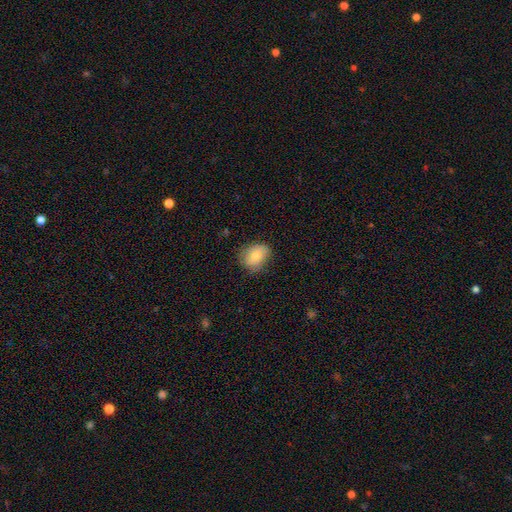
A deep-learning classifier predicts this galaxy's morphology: The model was most divided on "how rounded": in between: 55%, round: 44%, cigar-shaped: 1%. More confident: smooth or featured — smooth (77%); merging — none (72%).